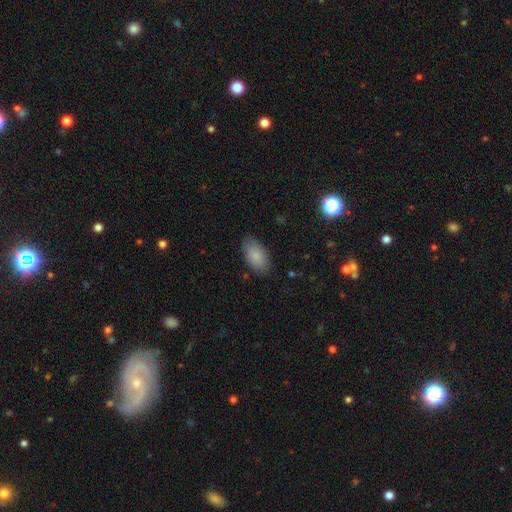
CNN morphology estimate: Smooth or featured? Predicted: smooth (p=0.85). How rounded? Predicted: in between (p=0.94). Merging? Predicted: none (p=0.80).